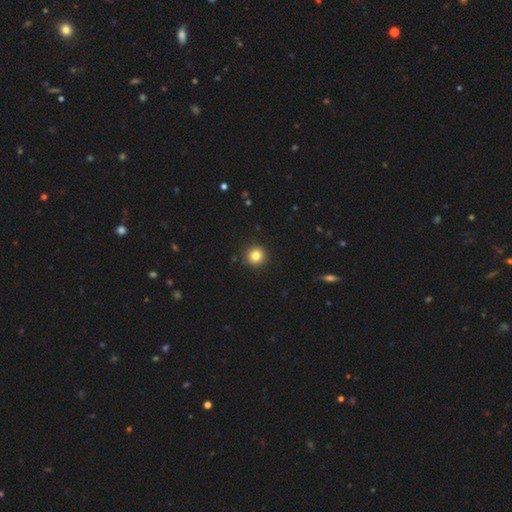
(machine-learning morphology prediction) smooth 83%, star or artifact 11%, featured or disk 6%. Down the decision tree: how rounded — round (95%); merging — none (92%).